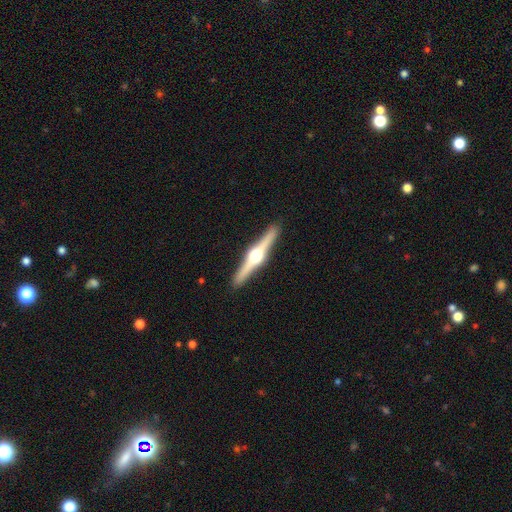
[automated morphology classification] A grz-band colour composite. It shows a featured or disk galaxy (83%) viewed edge-on (98%) with a rounded central bulge (96%). Merging: none (92%).